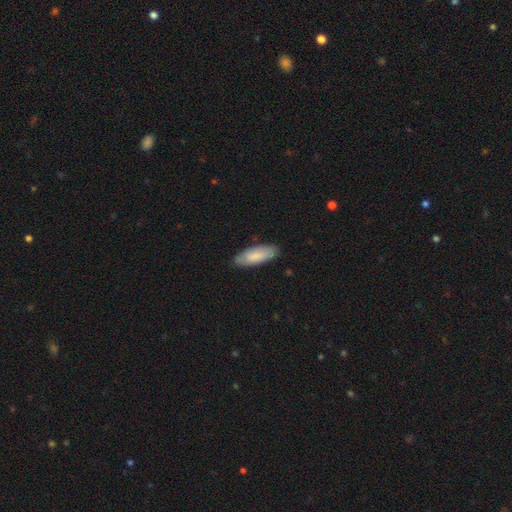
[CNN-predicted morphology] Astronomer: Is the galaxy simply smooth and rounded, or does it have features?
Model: smooth — 80%.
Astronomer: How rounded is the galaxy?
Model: in between — 68%.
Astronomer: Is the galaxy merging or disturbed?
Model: none — 85%.